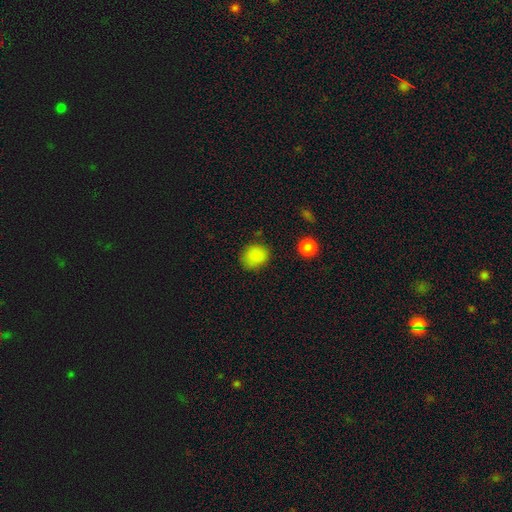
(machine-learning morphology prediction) Overall: smooth (87%). How rounded: round (69%; in between 30%). Merging: none (81%).